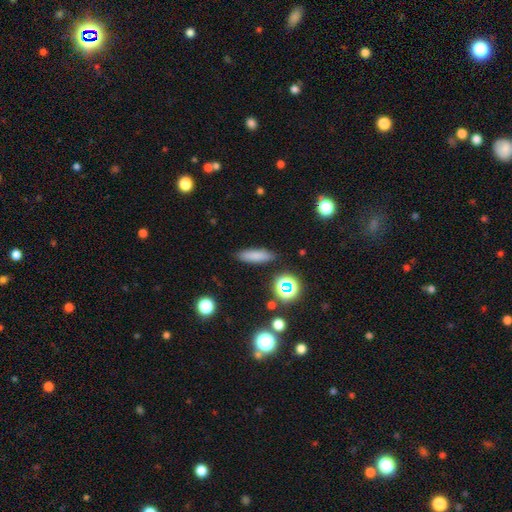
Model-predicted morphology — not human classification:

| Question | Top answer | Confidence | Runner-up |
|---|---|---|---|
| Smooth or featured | smooth | 79% | star or artifact (12%) |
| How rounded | cigar-shaped | 57% | in between (39%) |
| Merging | none | 87% | minor disturbance (8%) |